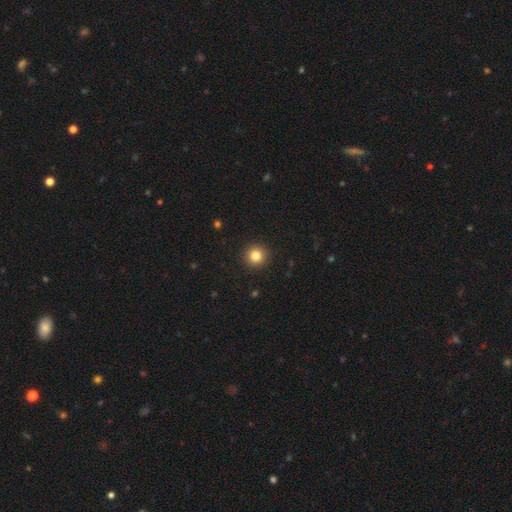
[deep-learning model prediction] Smooth or featured?
  - smooth: 83% *
  - star or artifact: 11%
  - featured or disk: 6%
How rounded?
  - round: 95% *
  - in between: 4%
  - cigar-shaped: 1%
Merging?
  - none: 93% *
  - minor disturbance: 5%
  - major disturbance: 2%
  - merger: 1%